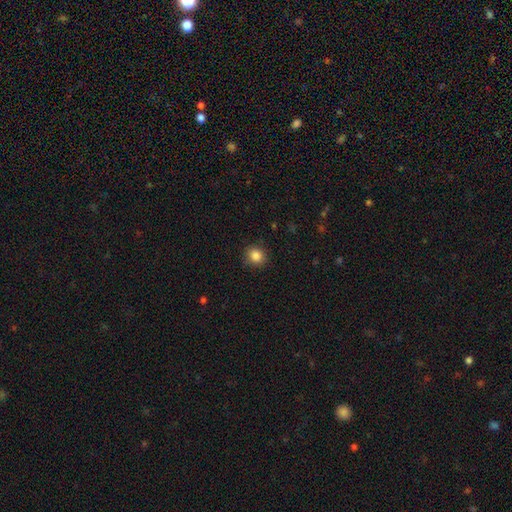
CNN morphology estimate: Smooth or featured: smooth — 85% (star or artifact — 11%)
How rounded: round — 83% (in between — 16%)
Merging: none — 88% (minor disturbance — 9%)